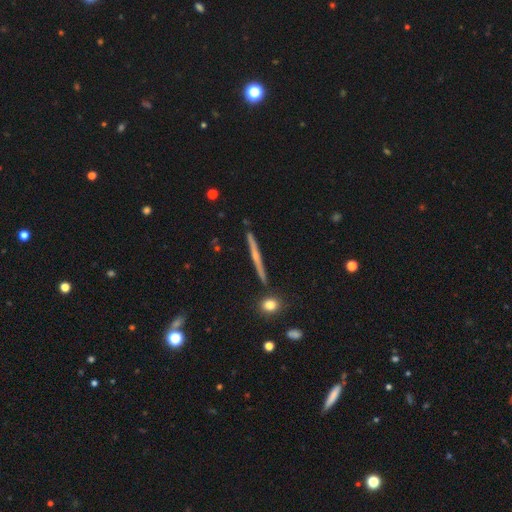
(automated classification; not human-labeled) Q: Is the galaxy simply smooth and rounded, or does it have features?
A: featured or disk — 66%.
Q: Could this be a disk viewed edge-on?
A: yes — 98%.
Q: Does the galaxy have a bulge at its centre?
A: rounded — 49%.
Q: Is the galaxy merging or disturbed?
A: none — 90%.